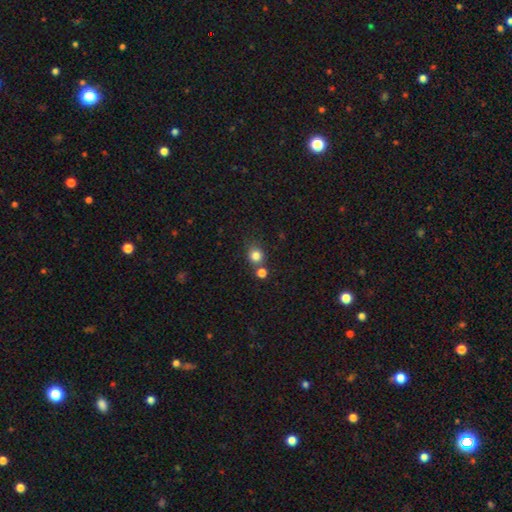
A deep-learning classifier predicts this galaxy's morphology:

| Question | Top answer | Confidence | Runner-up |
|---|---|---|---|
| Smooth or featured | smooth | 82% | star or artifact (12%) |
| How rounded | round | 81% | in between (18%) |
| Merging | none | 64% | merger (22%) |